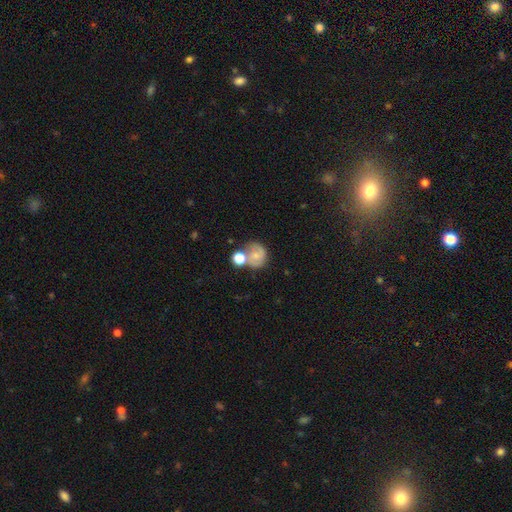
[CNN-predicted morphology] type=smooth (52%); roundness=round (71%); merging=none (41%).